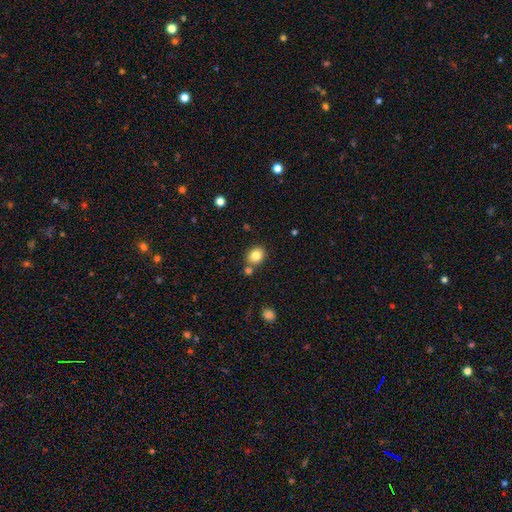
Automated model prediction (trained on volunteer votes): Smooth or featured? Predicted: smooth (p=0.82). How rounded? Predicted: round (p=0.60). Merging? Predicted: none (p=0.73).